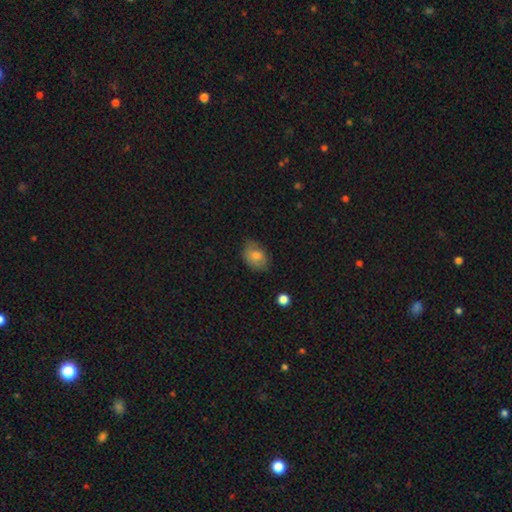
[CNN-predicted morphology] The model was most divided on "merging": none: 71%, minor disturbance: 23%, major disturbance: 4%, merger: 1%. More confident: how rounded — in between (76%); smooth or featured — smooth (75%).